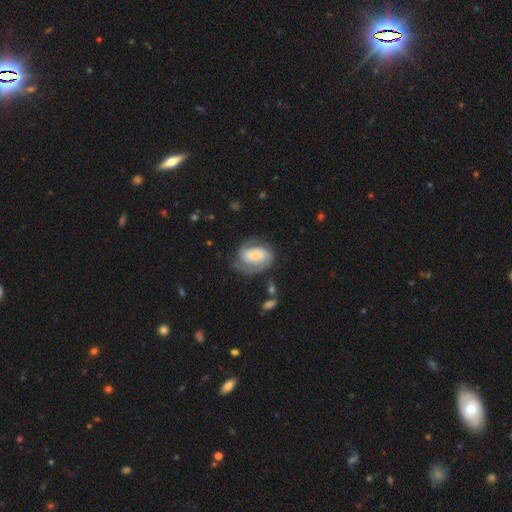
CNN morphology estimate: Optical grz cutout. It shows a featured or disk galaxy (80%) with no bar (43%), 2 (80%) tight (47%) spiral arms (94%) and a small central bulge (50%). Merging: none (67%).